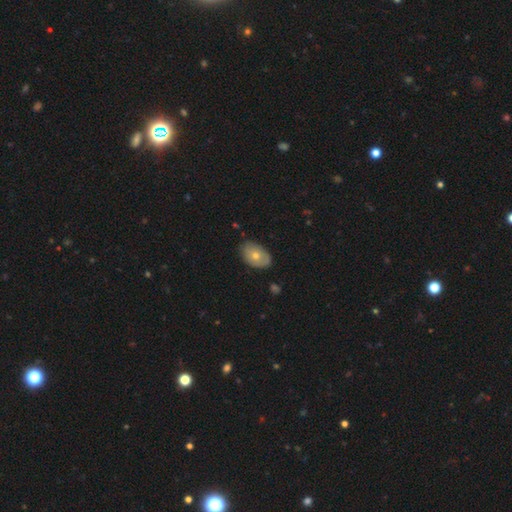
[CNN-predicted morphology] type=smooth (66%); roundness=in between (88%); merging=none (76%).